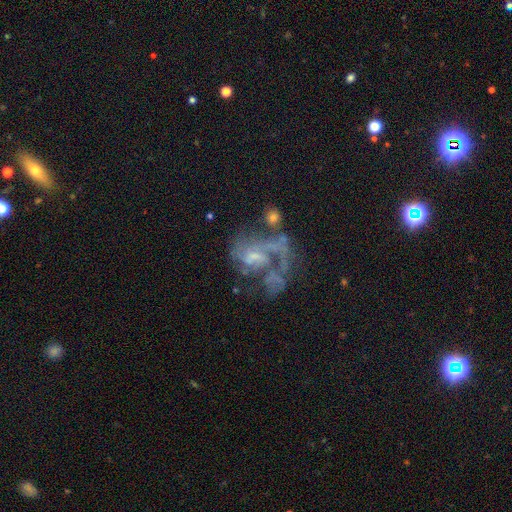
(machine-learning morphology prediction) Smooth or featured?
  - featured or disk: 76% *
  - smooth: 12%
  - star or artifact: 12%
Edge-on disk?
  - no: 98% *
  - yes: 2%
Bar?
  - no: 52% *
  - weak: 38%
  - strong: 10%
Spiral arms?
  - yes: 69% *
  - no: 31%
Spiral winding?
  - loose: 43% *
  - medium: 38%
  - tight: 19%
Spiral arm count?
  - 1: 35% *
  - 2: 26%
  - can't tell: 25%
  - 3: 8%
  - 4: 3%
  - more than 4: 3%
Bulge size?
  - small: 43% *
  - none: 30%
  - moderate: 22%
  - large: 3%
  - dominant: 1%
Merging?
  - major disturbance: 44% *
  - none: 24%
  - merger: 18%
  - minor disturbance: 13%